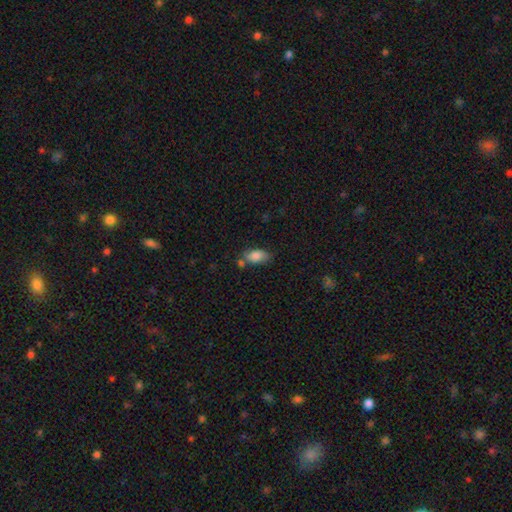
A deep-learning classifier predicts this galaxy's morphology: smooth 84%, featured or disk 8%, star or artifact 8%. Down the decision tree: how rounded — in between (90%); merging — none (58%).